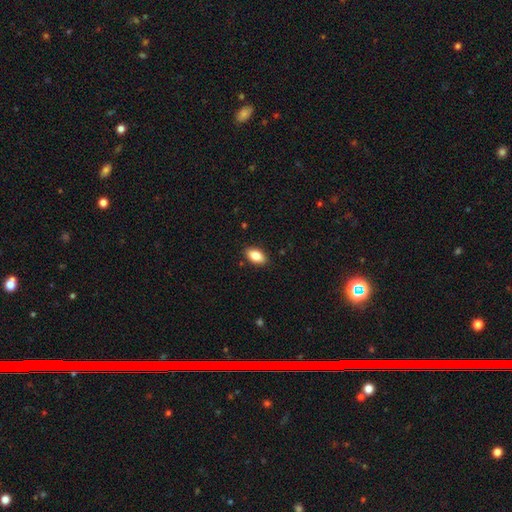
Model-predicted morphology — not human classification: A smooth galaxy with no disk features (83%) that is in between round and cigar-shaped (91%).

Vote fractions:
- Smooth or featured? smooth: 83% / featured or disk: 9% / star or artifact: 7%
- How rounded? in between: 91% / round: 5% / cigar-shaped: 3%
- Merging? none: 88% / minor disturbance: 9% / major disturbance: 2% / merger: 1%